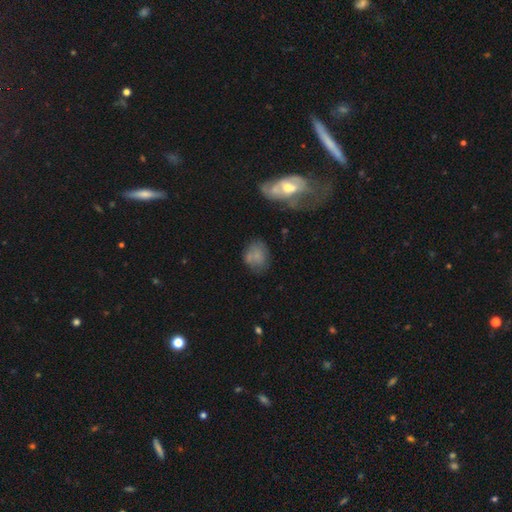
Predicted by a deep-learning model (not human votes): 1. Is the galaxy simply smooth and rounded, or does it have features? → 68% smooth, 20% featured or disk, 12% star or artifact.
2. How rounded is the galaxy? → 55% round, 44% in between, 1% cigar-shaped.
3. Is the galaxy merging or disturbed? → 55% none, 24% minor disturbance, 11% merger, 10% major disturbance.